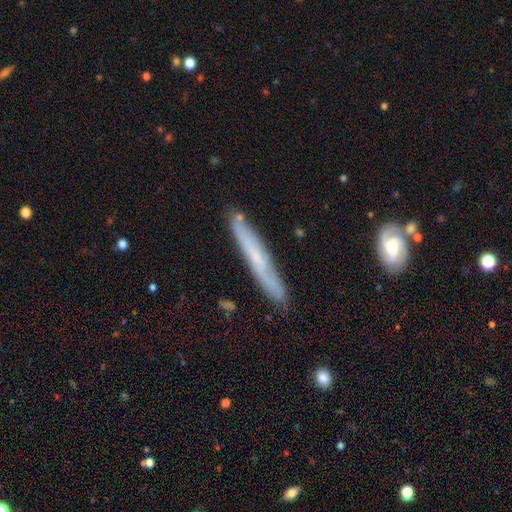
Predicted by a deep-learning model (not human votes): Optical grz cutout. It shows a smooth galaxy with no disk features (47%). Merging: none (84%).